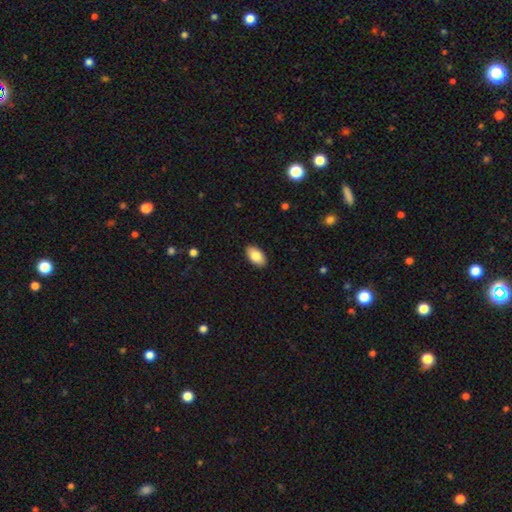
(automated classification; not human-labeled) Smooth or featured: smooth — 85% (featured or disk — 9%)
How rounded: in between — 94% (round — 4%)
Merging: none — 90% (minor disturbance — 7%)